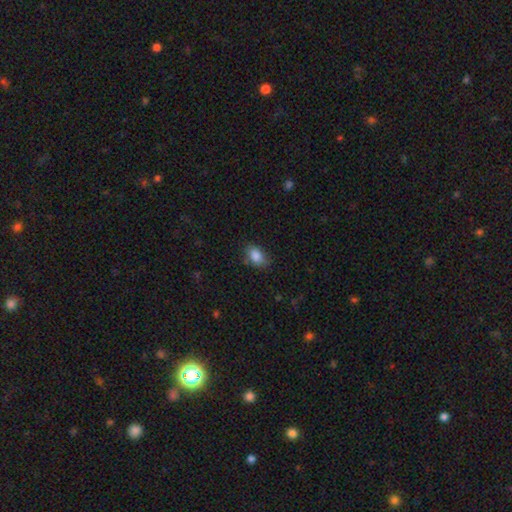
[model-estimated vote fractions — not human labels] The model was most divided on "merging": none: 73%, minor disturbance: 20%, major disturbance: 4%, merger: 2%. More confident: smooth or featured — smooth (86%); how rounded — in between (82%).